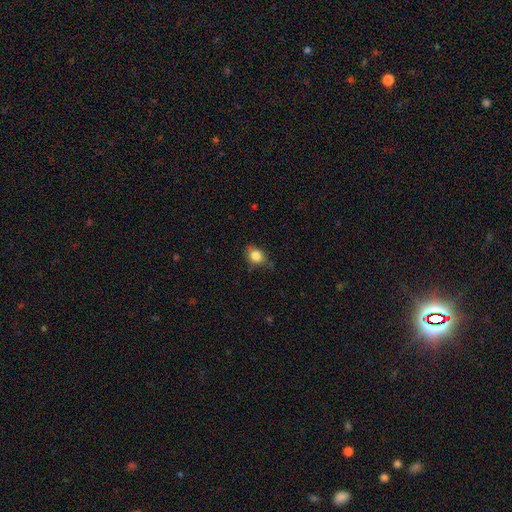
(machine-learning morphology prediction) Overall: smooth (83%). How rounded: in between (54%; round 45%). Merging: none (69%).